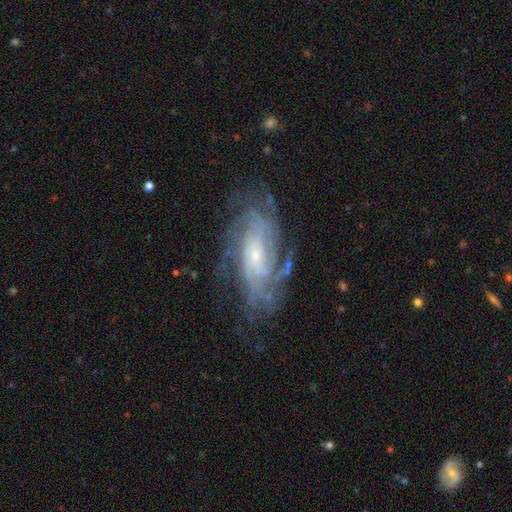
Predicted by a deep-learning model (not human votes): A featured or disk galaxy (86%) with no bar (60%), tight (62%) spiral arms (96%) and a small central bulge (68%). Merging: none (71%).